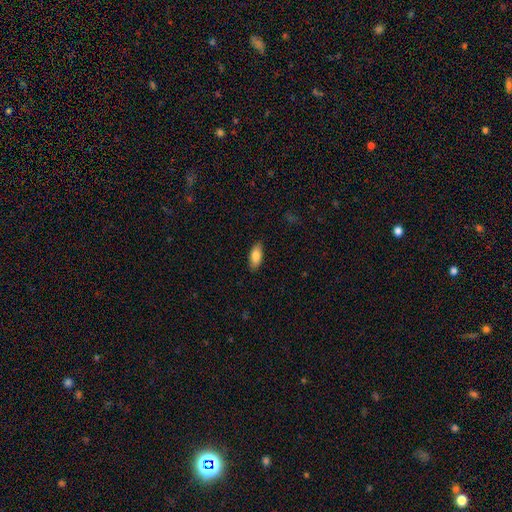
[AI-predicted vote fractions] Smooth or featured: smooth — 84% (featured or disk — 9%)
How rounded: in between — 84% (cigar-shaped — 14%)
Merging: none — 86% (minor disturbance — 11%)